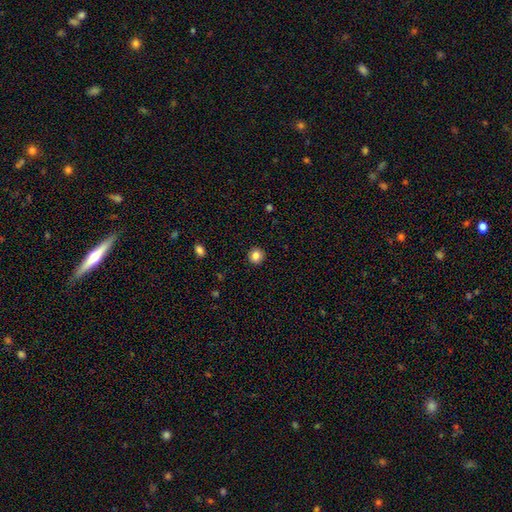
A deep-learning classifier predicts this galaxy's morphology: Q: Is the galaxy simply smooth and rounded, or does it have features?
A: smooth — 84%.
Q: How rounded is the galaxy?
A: round — 91%.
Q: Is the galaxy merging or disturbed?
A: none — 92%.